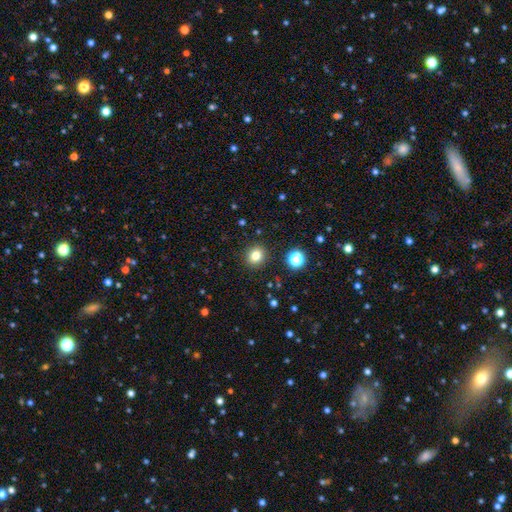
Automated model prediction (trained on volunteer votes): smooth_or_featured: smooth (p=0.80) [alt: star or artifact p=0.13]
how_rounded: round (p=0.80) [alt: in between p=0.19]
merging: none (p=0.90) [alt: minor disturbance p=0.06]